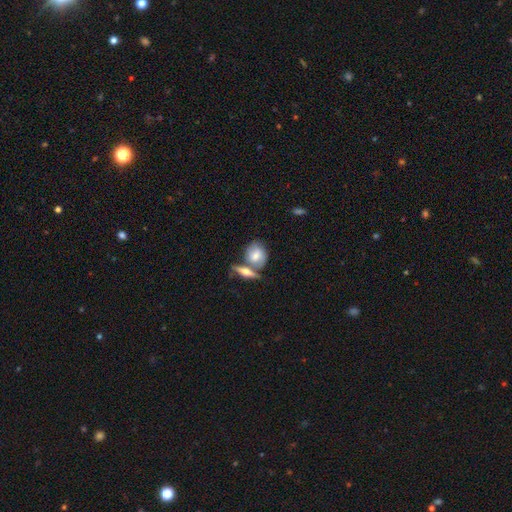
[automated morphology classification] Smooth or featured? smooth (60%)
How rounded? in between (52%)
Merging? none (46%)